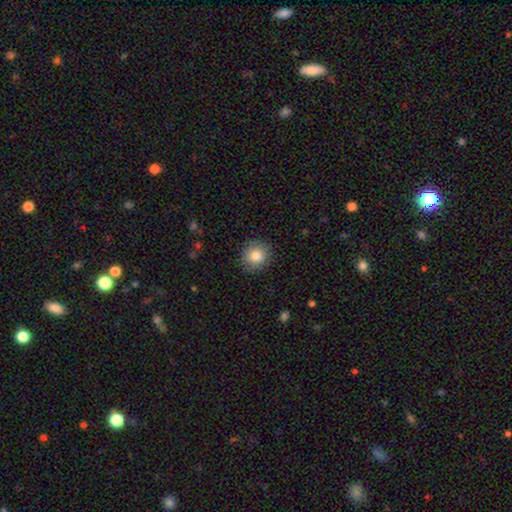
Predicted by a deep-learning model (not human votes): Smooth or featured? Predicted: smooth (p=0.83). How rounded? Predicted: round (p=0.87). Merging? Predicted: none (p=0.89).